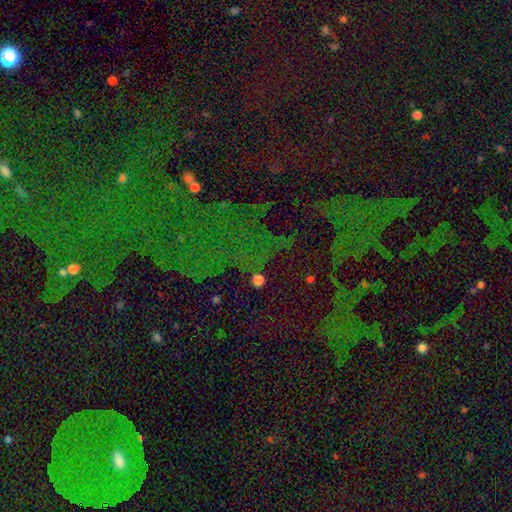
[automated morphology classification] A star or artifact, not a galaxy (77%).

Vote fractions:
- Smooth or featured? star or artifact: 77% / smooth: 13% / featured or disk: 10%